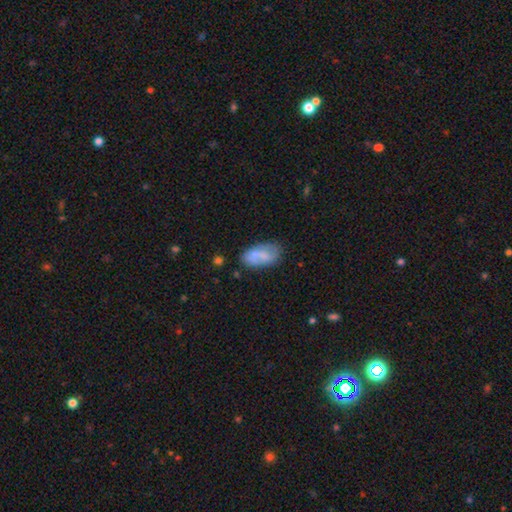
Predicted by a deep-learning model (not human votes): The model was most divided on "merging": none: 56%, minor disturbance: 22%, merger: 15%, major disturbance: 7%. More confident: how rounded — in between (92%); smooth or featured — smooth (66%).